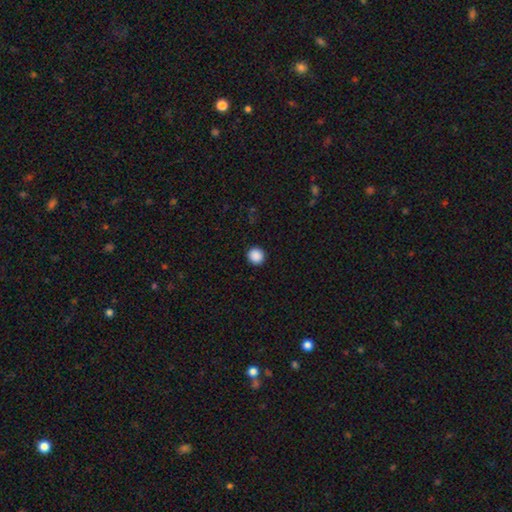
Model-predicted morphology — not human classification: type=smooth (89%); roundness=round (93%); merging=none (93%).